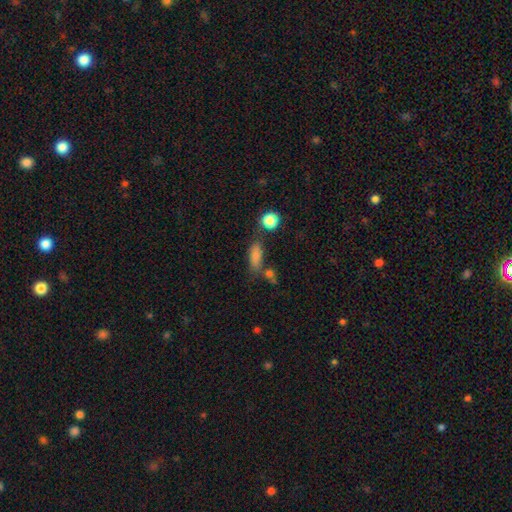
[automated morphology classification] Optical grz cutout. It shows a smooth galaxy with no disk features (80%) that is in between round and cigar-shaped (70%). Merging: none (63%).